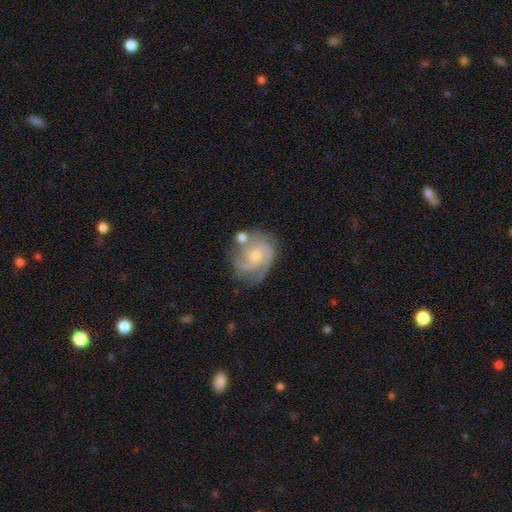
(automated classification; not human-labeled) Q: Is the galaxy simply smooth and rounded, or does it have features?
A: featured or disk — 88%.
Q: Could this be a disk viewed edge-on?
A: no — 98%.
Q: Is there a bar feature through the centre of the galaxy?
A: no — 68%.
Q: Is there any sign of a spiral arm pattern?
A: yes — 98%.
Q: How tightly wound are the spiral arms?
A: tight — 54%.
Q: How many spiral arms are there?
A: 3 — 47%.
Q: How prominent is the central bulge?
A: small — 68%.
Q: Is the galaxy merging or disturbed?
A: none — 64%.